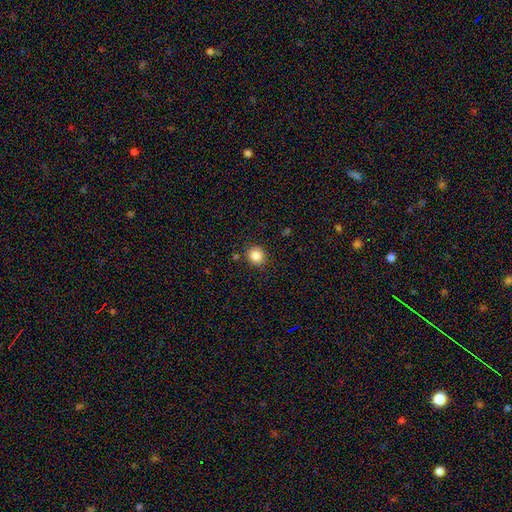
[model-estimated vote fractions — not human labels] smooth-or-featured: smooth: 86% | star or artifact: 10% | featured or disk: 4%
  how-rounded: round: 87% | in between: 12% | cigar-shaped: 1%
  merging: none: 87% | minor disturbance: 8% | merger: 3% | major disturbance: 2%